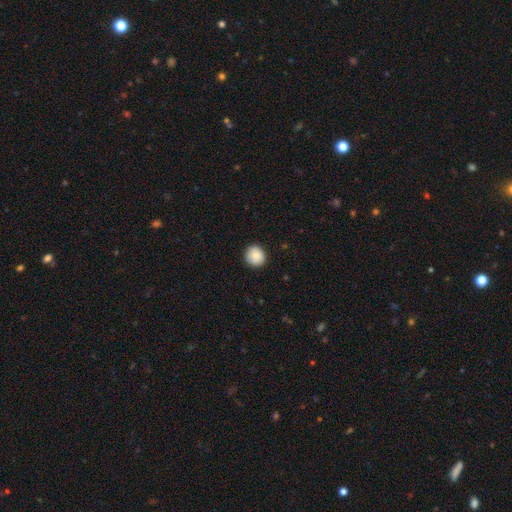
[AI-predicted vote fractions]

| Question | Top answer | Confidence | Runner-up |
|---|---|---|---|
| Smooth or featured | smooth | 87% | star or artifact (8%) |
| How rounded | round | 91% | in between (8%) |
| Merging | none | 88% | minor disturbance (10%) |